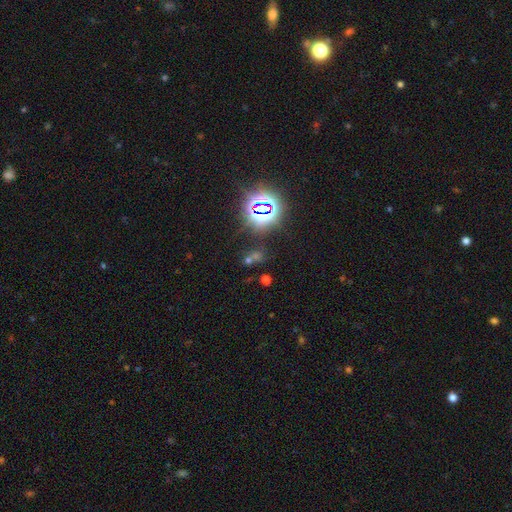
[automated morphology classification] A star or artifact, not a galaxy (65%).

Vote fractions:
- Smooth or featured? star or artifact: 65% / smooth: 25% / featured or disk: 10%